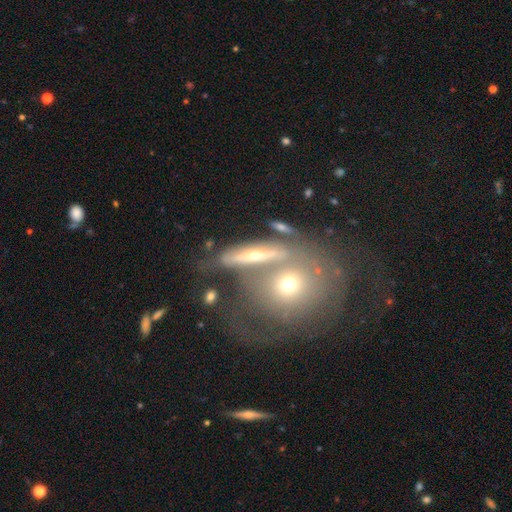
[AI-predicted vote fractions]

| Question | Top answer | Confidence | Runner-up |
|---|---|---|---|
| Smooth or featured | featured or disk | 56% | smooth (34%) |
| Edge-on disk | no | 53% | yes (47%) |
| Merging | none | 38% | merger (36%) |